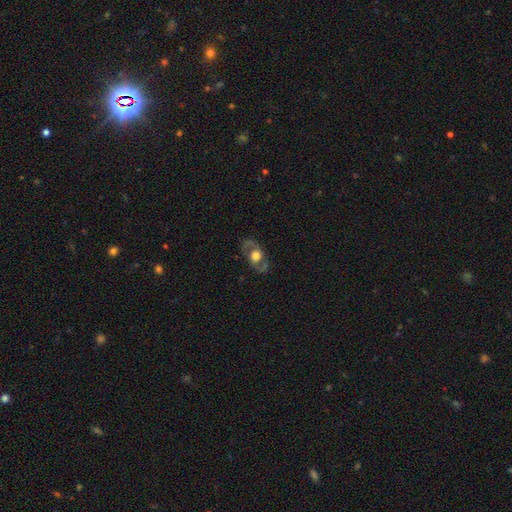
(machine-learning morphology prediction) The model was most divided on "bulge size": large: 50%, moderate: 37%, dominant: 7%, small: 4%, none: 2%. More confident: edge-on disk — no (91%); merging — none (76%); bar — no (74%); spiral arms — yes (71%); smooth or featured — featured or disk (70%).